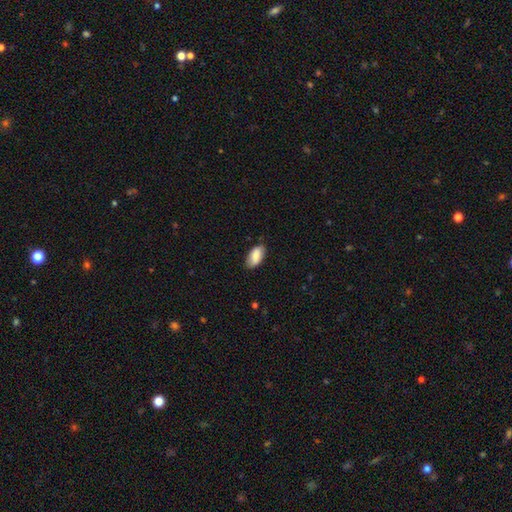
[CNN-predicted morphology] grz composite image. It shows a smooth galaxy with no disk features (84%) that is in between round and cigar-shaped (93%). Merging: none (81%).